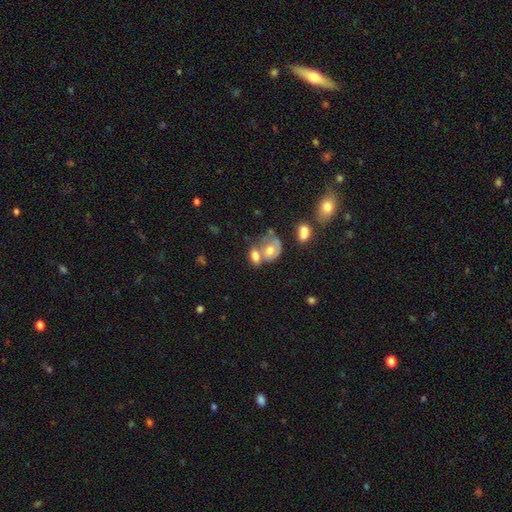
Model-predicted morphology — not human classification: Smooth or featured?
  - smooth: 63% *
  - featured or disk: 28%
  - star or artifact: 8%
How rounded?
  - in between: 73% *
  - round: 24%
  - cigar-shaped: 3%
Merging?
  - merger: 58% *
  - none: 23%
  - minor disturbance: 11%
  - major disturbance: 8%